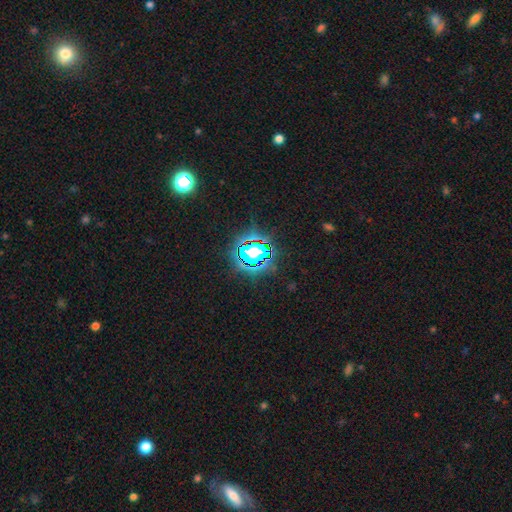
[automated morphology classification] A star or artifact, not a galaxy (81%).